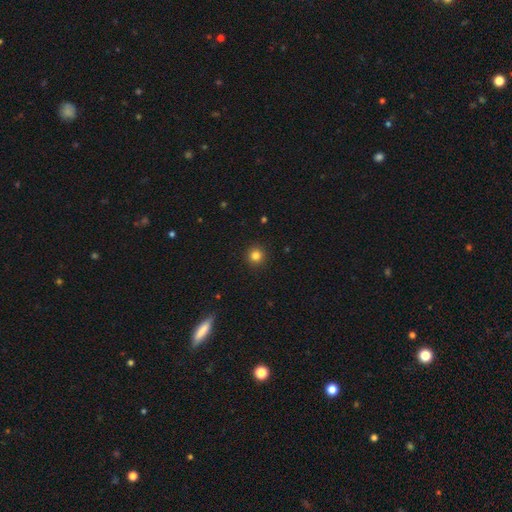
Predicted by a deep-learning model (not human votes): Smooth or featured?
  - smooth: 82% *
  - star or artifact: 13%
  - featured or disk: 5%
How rounded?
  - round: 95% *
  - in between: 4%
  - cigar-shaped: 1%
Merging?
  - none: 93% *
  - minor disturbance: 5%
  - major disturbance: 2%
  - merger: 1%